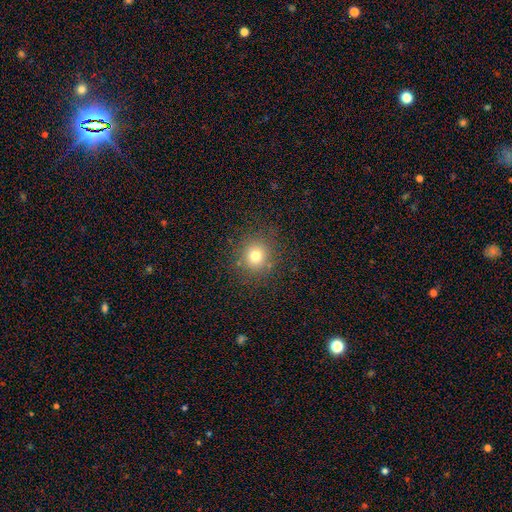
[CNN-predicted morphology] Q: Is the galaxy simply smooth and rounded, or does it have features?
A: smooth — 74%.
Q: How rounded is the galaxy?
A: round — 89%.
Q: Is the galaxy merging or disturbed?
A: none — 85%.